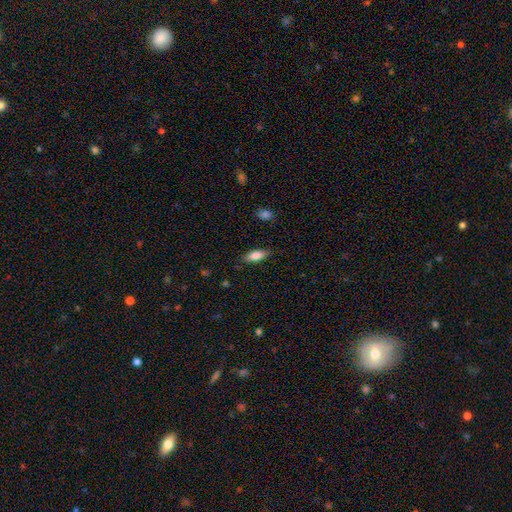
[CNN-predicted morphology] This appears to be a smooth galaxy with no disk features (83%) that is in between round and cigar-shaped (75%). Merging: none (83%).